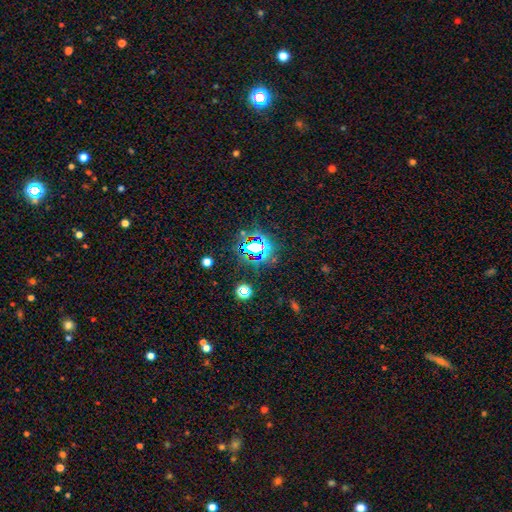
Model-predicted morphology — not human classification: smooth-or-featured: star or artifact: 78% | smooth: 14% | featured or disk: 8%